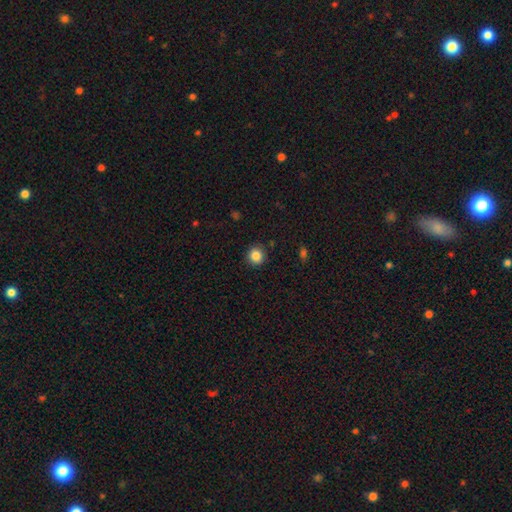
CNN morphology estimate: A smooth galaxy with no disk features (86%) that is round (92%).

Vote fractions:
- Smooth or featured? smooth: 86% / star or artifact: 10% / featured or disk: 4%
- How rounded? round: 92% / in between: 7% / cigar-shaped: 1%
- Merging? none: 90% / minor disturbance: 7% / major disturbance: 2% / merger: 1%